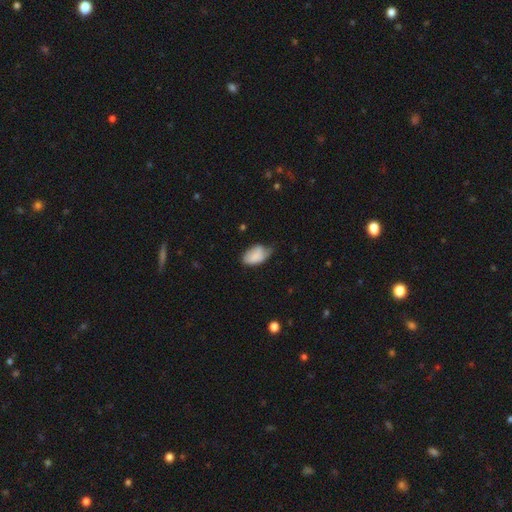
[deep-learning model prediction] Morphology: type=smooth (80%); roundness=in between (93%); merging=minor disturbance (47%).